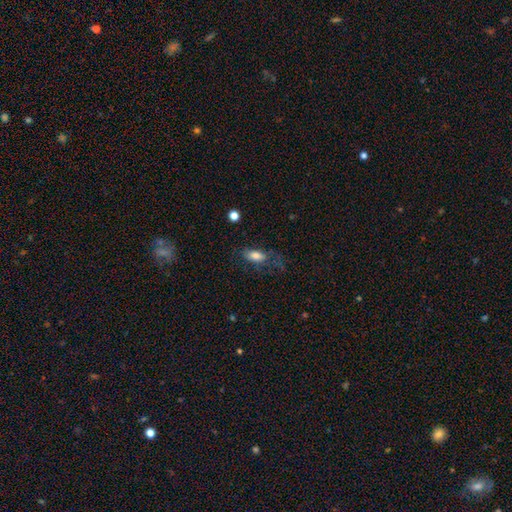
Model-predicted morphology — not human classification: Smooth or featured: smooth — 76% (featured or disk — 15%)
How rounded: in between — 83% (cigar-shaped — 12%)
Merging: none — 49% (major disturbance — 25%)